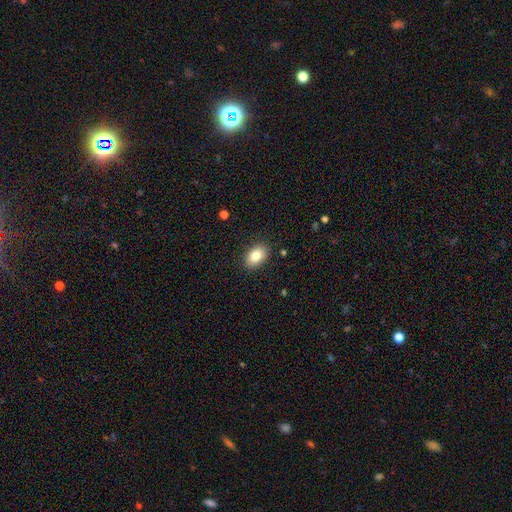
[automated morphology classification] Smooth or featured? smooth (83%)
How rounded? in between (86%)
Merging? none (87%)